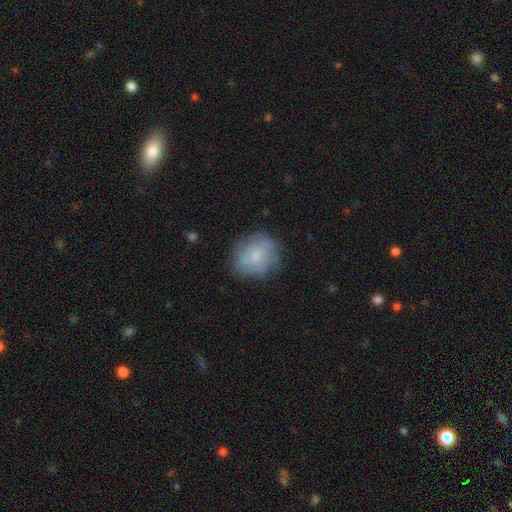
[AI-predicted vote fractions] Smooth or featured: smooth — 55% (featured or disk — 36%)
How rounded: round — 65% (in between — 34%)
Merging: none — 72% (minor disturbance — 19%)